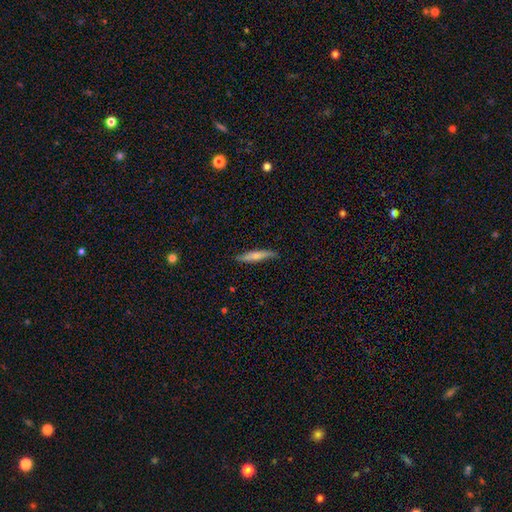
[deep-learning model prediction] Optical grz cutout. It shows a smooth galaxy with no disk features (69%) that is cigar-shaped (89%). Merging: none (77%).